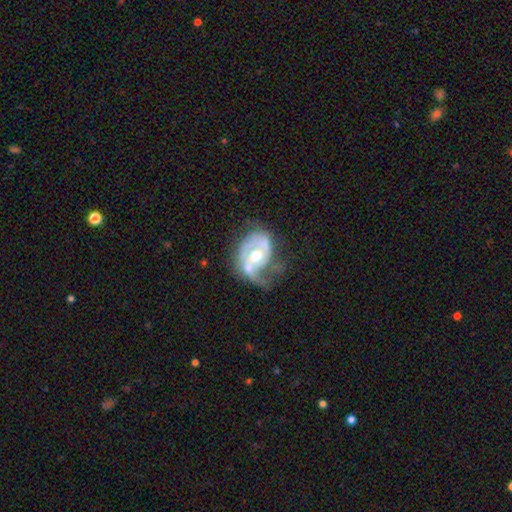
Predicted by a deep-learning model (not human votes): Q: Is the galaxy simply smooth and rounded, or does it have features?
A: featured or disk — 79%.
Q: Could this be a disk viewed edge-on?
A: no — 97%.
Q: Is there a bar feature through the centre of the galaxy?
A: no — 58%.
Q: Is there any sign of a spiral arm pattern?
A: yes — 79%.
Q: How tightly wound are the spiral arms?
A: medium — 40%.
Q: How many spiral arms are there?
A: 2 — 46%.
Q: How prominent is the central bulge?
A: moderate — 73%.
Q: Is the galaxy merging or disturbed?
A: major disturbance — 34%.